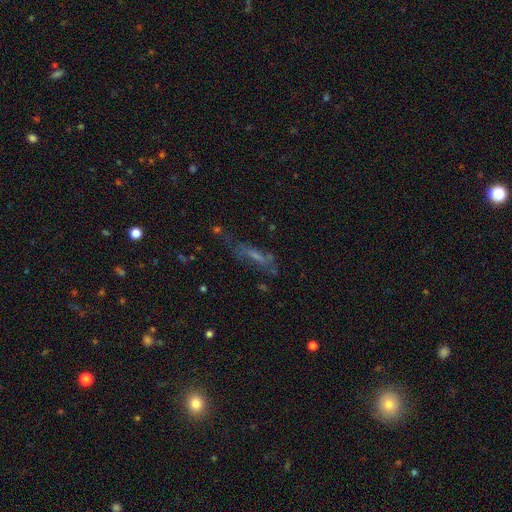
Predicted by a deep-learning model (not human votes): This appears to be a featured or disk galaxy (45%). Merging: none (51%).